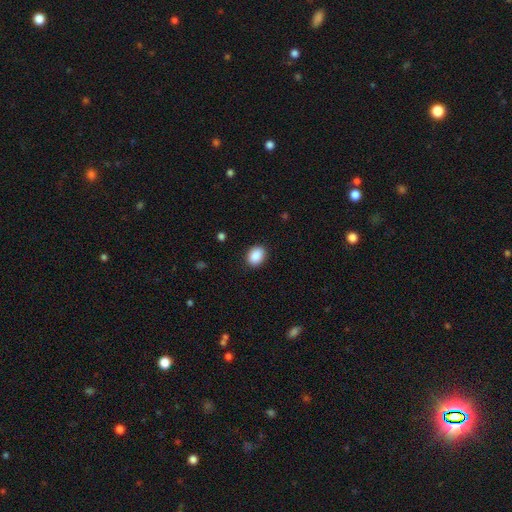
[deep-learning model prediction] Smooth or featured?
  - smooth: 89% *
  - star or artifact: 8%
  - featured or disk: 3%
How rounded?
  - in between: 66% *
  - round: 33%
  - cigar-shaped: 1%
Merging?
  - none: 88% *
  - minor disturbance: 9%
  - major disturbance: 2%
  - merger: 1%